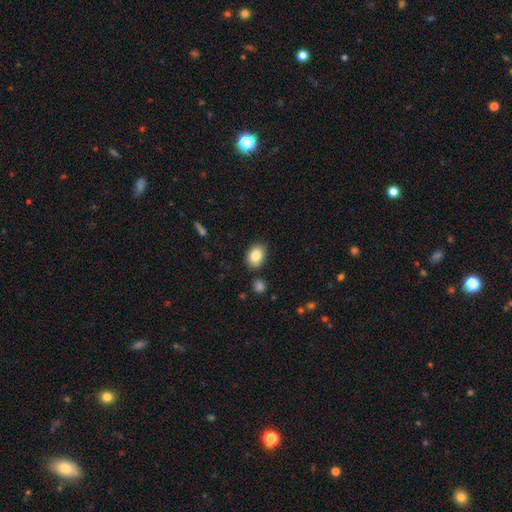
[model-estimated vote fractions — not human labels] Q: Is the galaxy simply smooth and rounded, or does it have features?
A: smooth — 83%.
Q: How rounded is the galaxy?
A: in between — 80%.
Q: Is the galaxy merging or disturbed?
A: none — 82%.